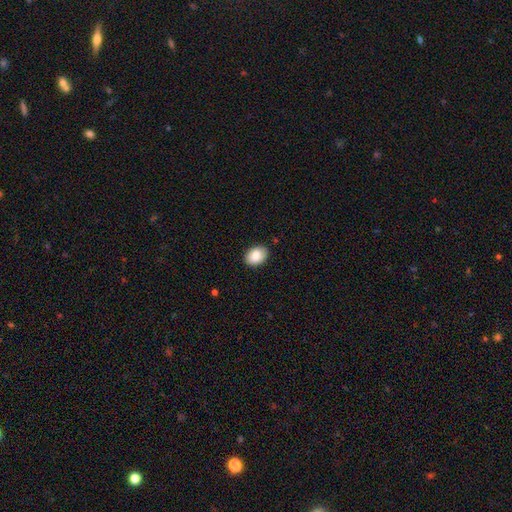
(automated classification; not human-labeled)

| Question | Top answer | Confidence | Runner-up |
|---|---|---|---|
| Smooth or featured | smooth | 87% | star or artifact (7%) |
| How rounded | in between | 79% | round (20%) |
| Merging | none | 87% | minor disturbance (10%) |